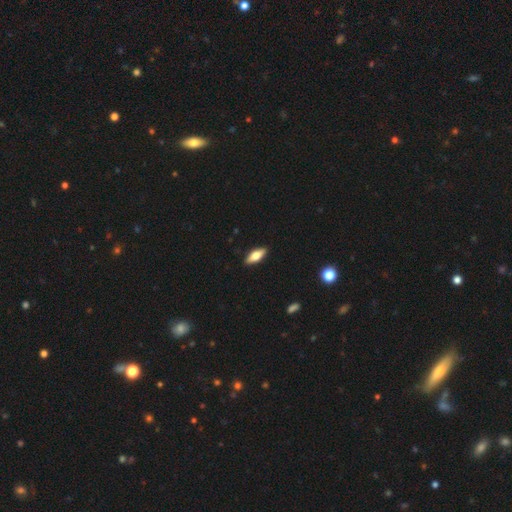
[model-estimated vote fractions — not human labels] smooth-or-featured: smooth: 62% | featured or disk: 31% | star or artifact: 6%
  how-rounded: in between: 68% | cigar-shaped: 29% | round: 3%
  merging: none: 90% | minor disturbance: 8% | major disturbance: 2% | merger: 1%